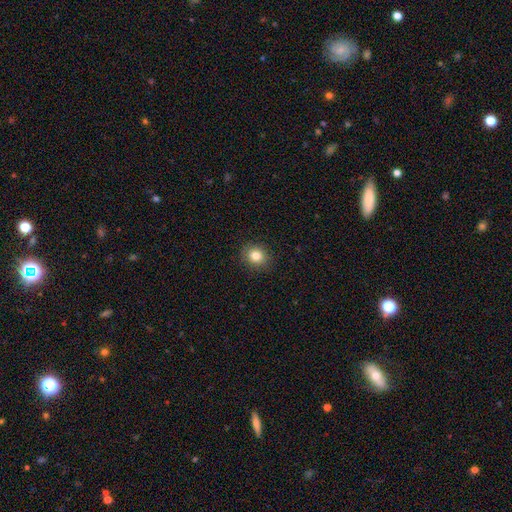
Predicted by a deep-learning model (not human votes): Smooth or featured? smooth (82%)
How rounded? round (78%)
Merging? none (90%)